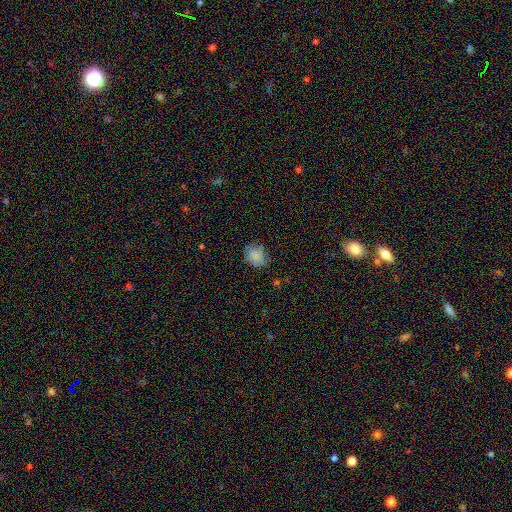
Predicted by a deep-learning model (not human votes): The model was most divided on "how rounded": round: 59%, in between: 40%, cigar-shaped: 1%. More confident: smooth or featured — smooth (82%); merging — none (68%).